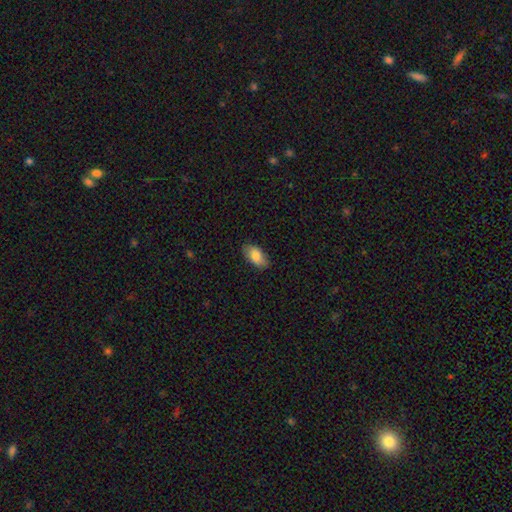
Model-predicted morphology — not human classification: Smooth or featured?
  - smooth: 83% *
  - featured or disk: 10%
  - star or artifact: 6%
How rounded?
  - in between: 93% *
  - round: 4%
  - cigar-shaped: 3%
Merging?
  - none: 84% *
  - minor disturbance: 13%
  - major disturbance: 2%
  - merger: 1%